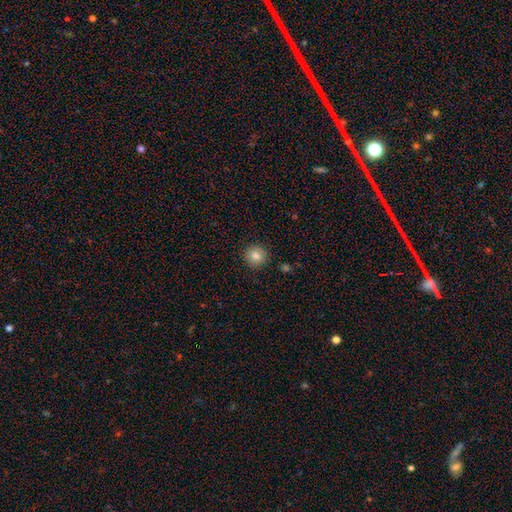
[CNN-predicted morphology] Q: Smooth or featured?
A: smooth (84%); runner-up: star or artifact (9%)
Q: How rounded?
A: round (92%); runner-up: in between (7%)
Q: Merging?
A: none (90%); runner-up: minor disturbance (7%)